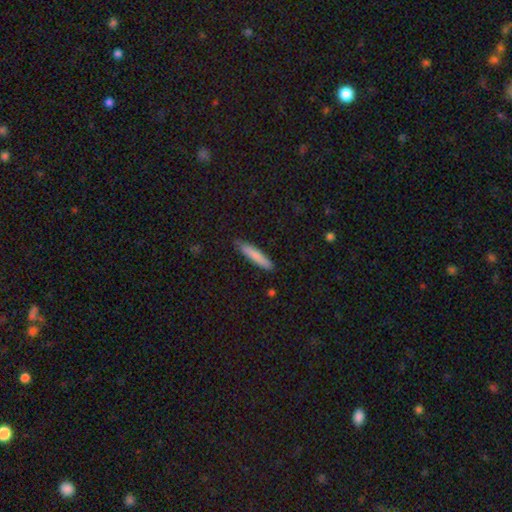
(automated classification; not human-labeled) smooth 80%, featured or disk 14%, star or artifact 6%. Down the decision tree: how rounded — cigar-shaped (91%); merging — none (86%).